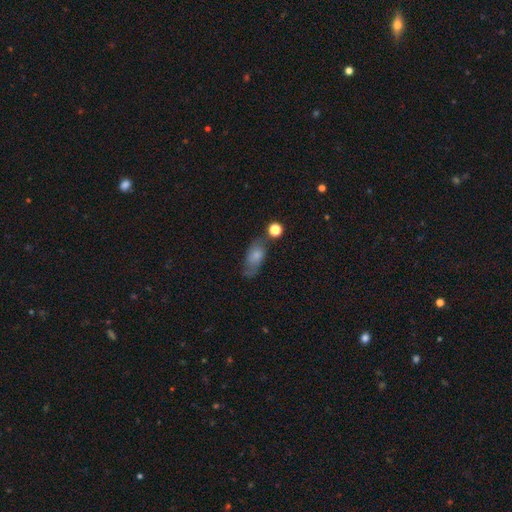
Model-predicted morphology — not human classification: smooth-or-featured: smooth: 62% | featured or disk: 28% | star or artifact: 10%
  how-rounded: in between: 81% | round: 11% | cigar-shaped: 8%
  merging: none: 51% | minor disturbance: 25% | major disturbance: 13% | merger: 12%